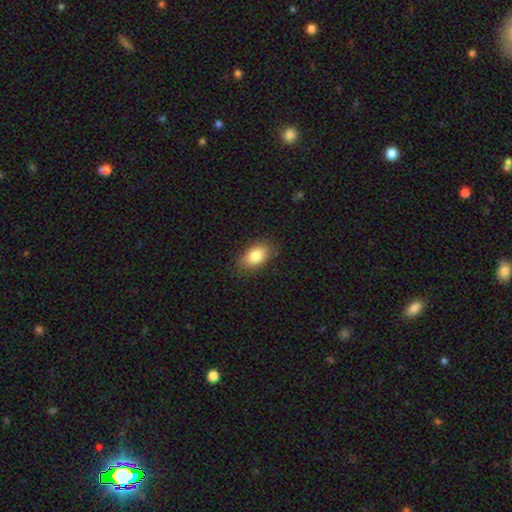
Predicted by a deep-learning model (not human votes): This is clearly a smooth galaxy (84%). How rounded: clearly in between (90%). Merging: clearly none (83%).